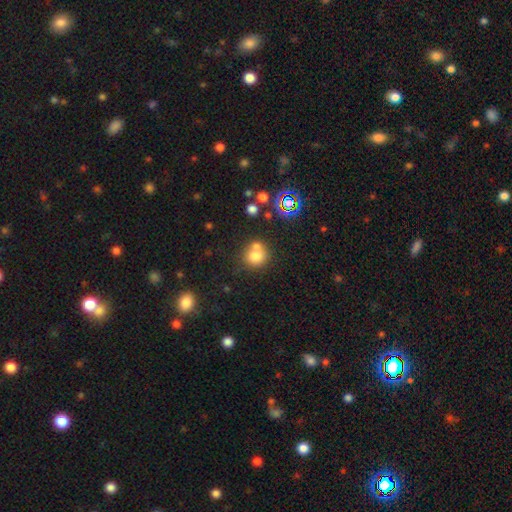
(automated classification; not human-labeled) Morphology: type=smooth (74%); roundness=round (86%); merging=none (51%).